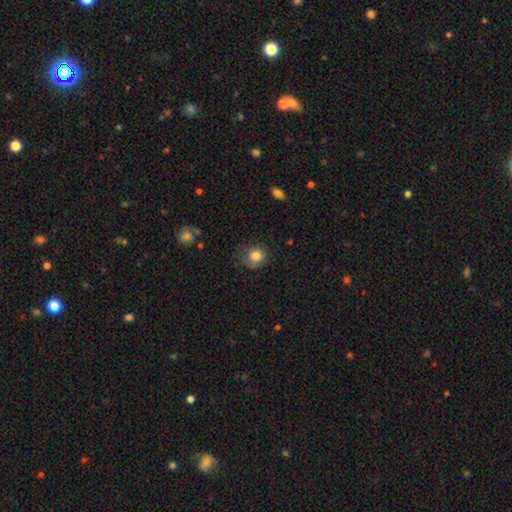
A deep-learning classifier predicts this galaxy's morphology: smooth-or-featured: smooth: 82% | star or artifact: 10% | featured or disk: 8%
  how-rounded: round: 75% | in between: 24% | cigar-shaped: 1%
  merging: none: 58% | minor disturbance: 28% | major disturbance: 12% | merger: 2%